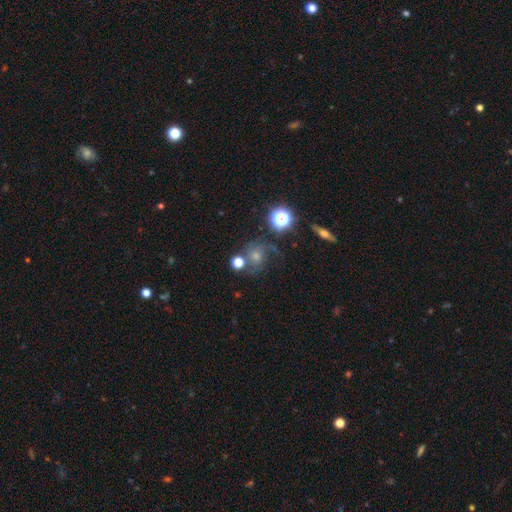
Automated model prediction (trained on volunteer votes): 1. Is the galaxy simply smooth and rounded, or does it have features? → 43% featured or disk, 34% smooth, 22% star or artifact.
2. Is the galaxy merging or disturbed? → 45% none, 23% major disturbance, 20% minor disturbance, 12% merger.